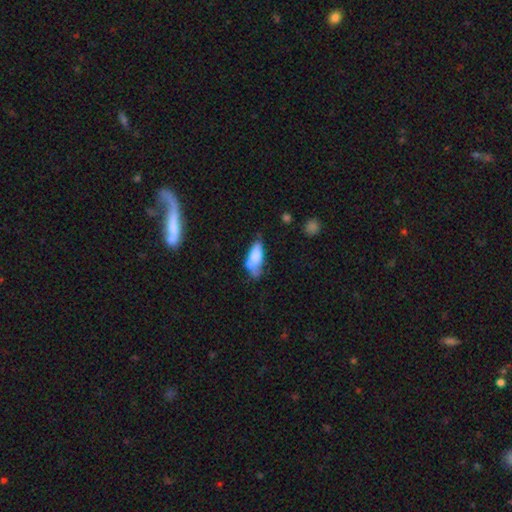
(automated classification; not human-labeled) Smooth or featured? Predicted: smooth (p=0.66). How rounded? Predicted: in between (p=0.72). Merging? Predicted: none (p=0.35).